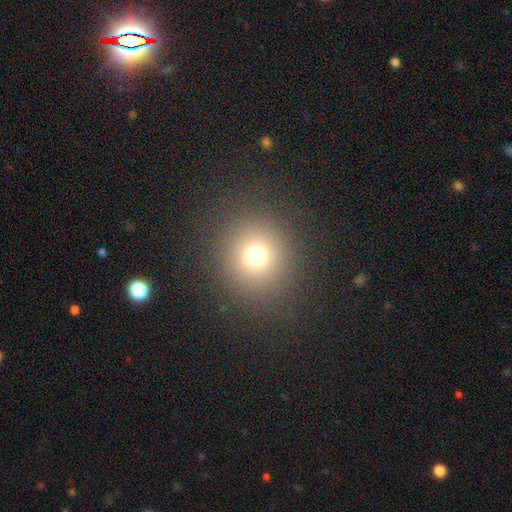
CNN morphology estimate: smooth 71%, star or artifact 20%, featured or disk 9%. Down the decision tree: how rounded — round (92%); merging — none (88%).